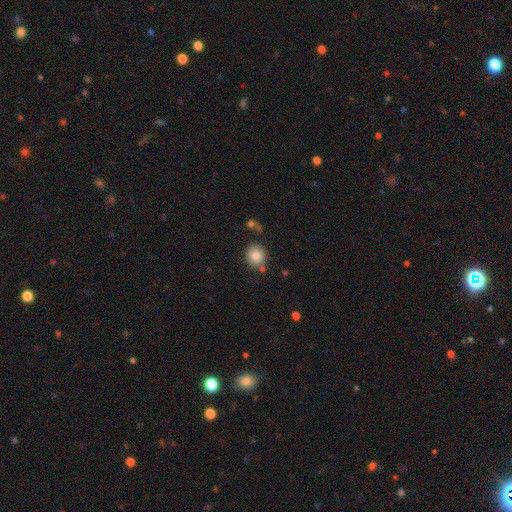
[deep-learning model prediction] A smooth galaxy with no disk features (82%) that is round (86%).

Vote fractions:
- Smooth or featured? smooth: 82% / star or artifact: 10% / featured or disk: 8%
- How rounded? round: 86% / in between: 13% / cigar-shaped: 1%
- Merging? none: 80% / minor disturbance: 10% / merger: 7% / major disturbance: 3%